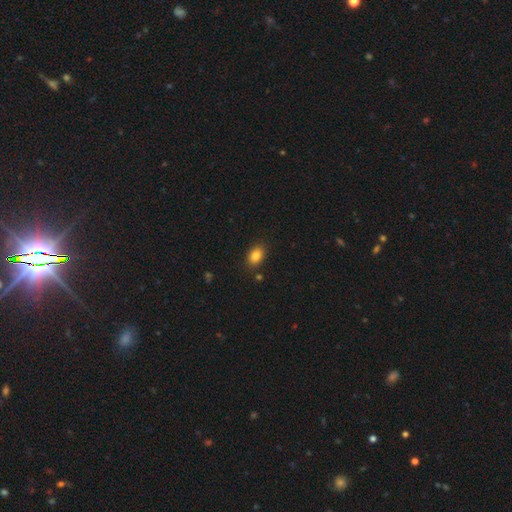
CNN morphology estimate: Smooth or featured? smooth (85%)
How rounded? in between (77%)
Merging? none (85%)